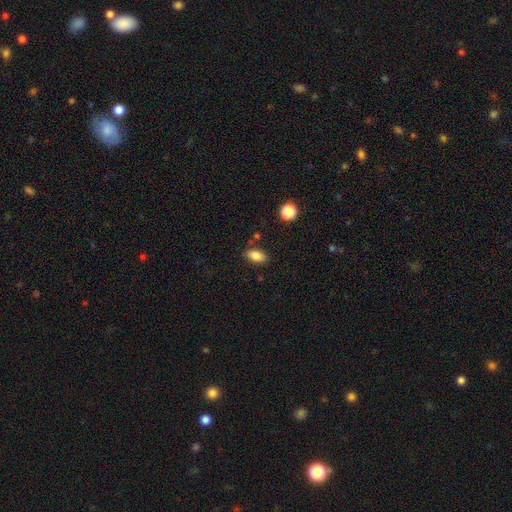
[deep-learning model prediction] smooth_or_featured: smooth (p=0.85) [alt: star or artifact p=0.09]
how_rounded: in between (p=0.90) [alt: round p=0.05]
merging: none (p=0.83) [alt: minor disturbance p=0.11]